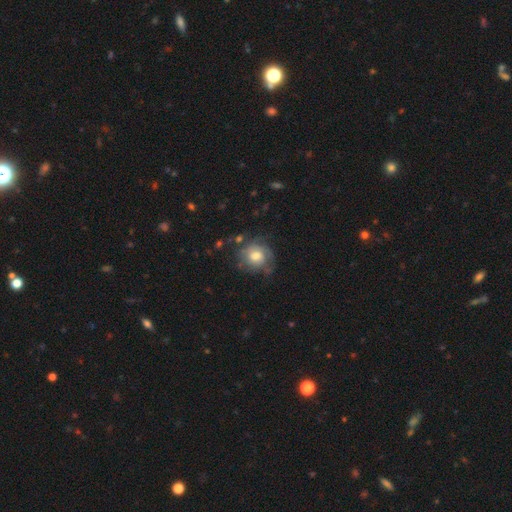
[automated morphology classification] Overall: smooth (47%; featured or disk 45%). Merging: none (58%; minor disturbance 25%).